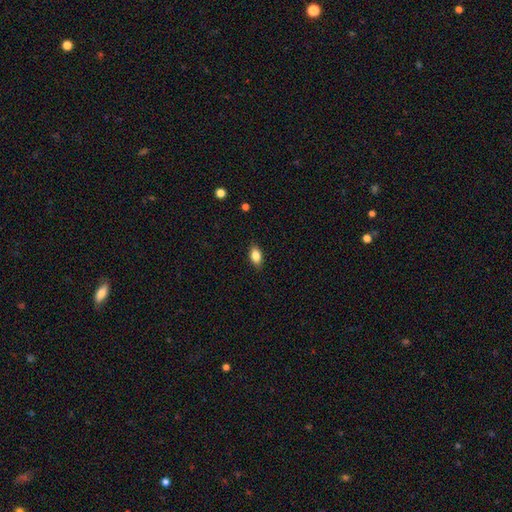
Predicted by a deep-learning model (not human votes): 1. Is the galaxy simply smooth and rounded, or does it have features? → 84% smooth, 8% star or artifact, 8% featured or disk.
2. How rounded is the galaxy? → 88% in between, 8% round, 4% cigar-shaped.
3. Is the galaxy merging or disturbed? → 87% none, 10% minor disturbance, 2% major disturbance, 1% merger.